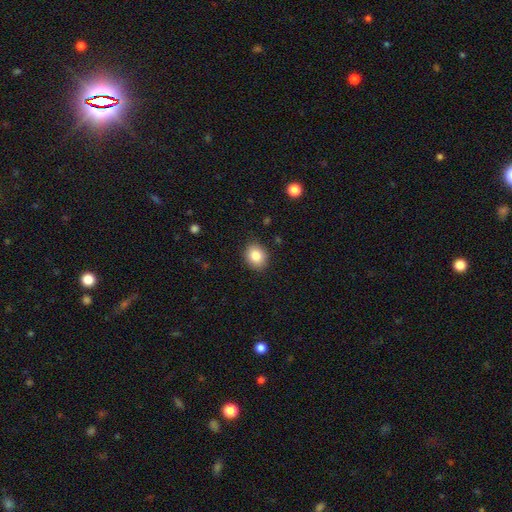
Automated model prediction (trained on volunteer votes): A smooth galaxy with no disk features (85%) that is round (55%). Merging: none (88%).